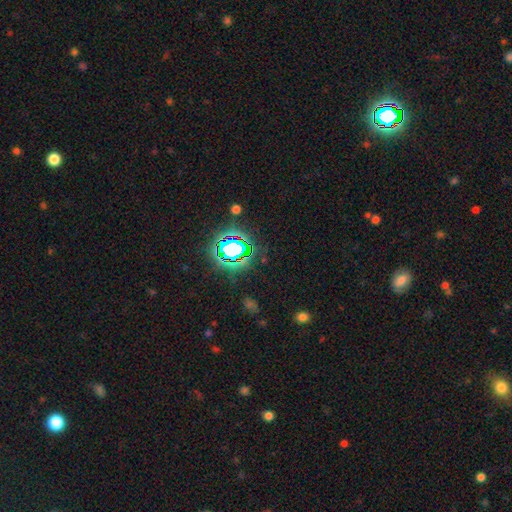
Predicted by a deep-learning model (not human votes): A star or artifact, not a galaxy (78%).